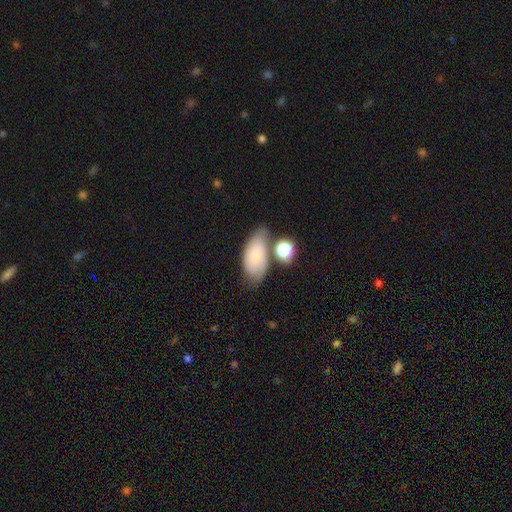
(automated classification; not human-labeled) A smooth galaxy with no disk features (67%) that is in between round and cigar-shaped (90%).

Vote fractions:
- Smooth or featured? smooth: 67% / featured or disk: 24% / star or artifact: 9%
- How rounded? in between: 90% / round: 6% / cigar-shaped: 4%
- Merging? none: 51% / minor disturbance: 24% / merger: 17% / major disturbance: 8%